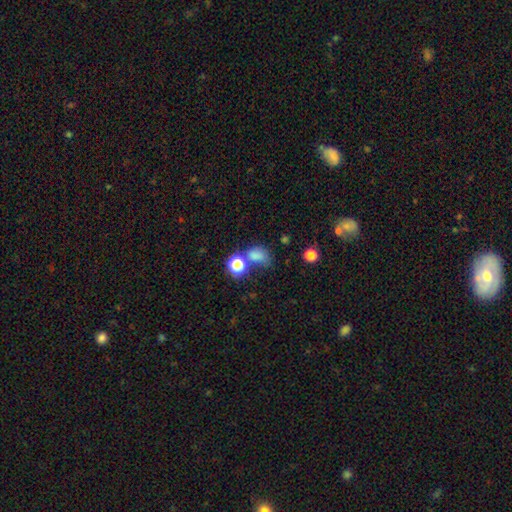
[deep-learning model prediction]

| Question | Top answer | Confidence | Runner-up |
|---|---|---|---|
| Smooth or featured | smooth | 74% | star or artifact (18%) |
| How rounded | in between | 62% | round (37%) |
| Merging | none | 41% | merger (27%) |